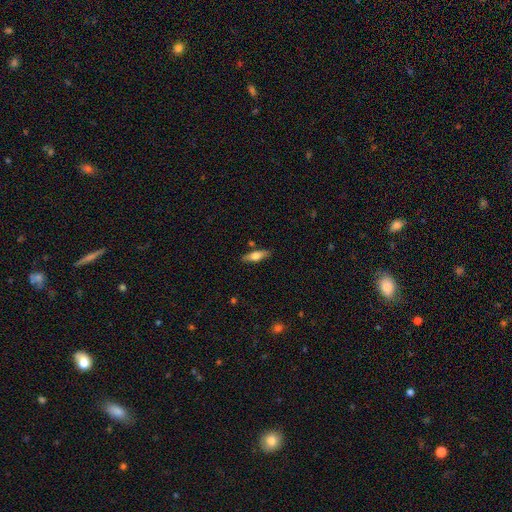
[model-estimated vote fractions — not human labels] A smooth galaxy with no disk features (58%) that is cigar-shaped (49%, tied with in between).

Vote fractions:
- Smooth or featured? smooth: 58% / featured or disk: 36% / star or artifact: 6%
- How rounded? cigar-shaped: 49% (tied) / in between: 49% (tied) / round: 3%
- Merging? none: 83% / minor disturbance: 11% / merger: 4% / major disturbance: 2%